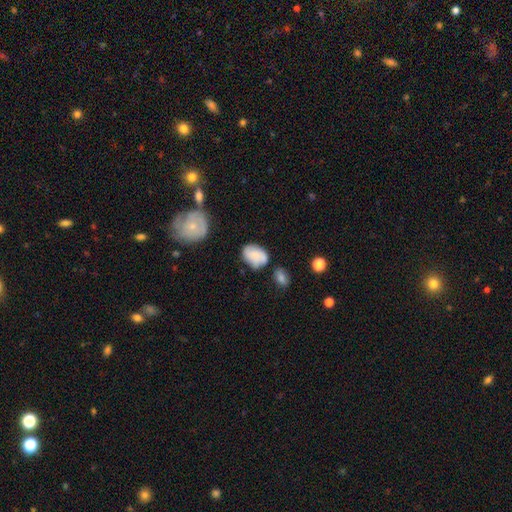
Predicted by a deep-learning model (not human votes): Overall: smooth (69%). How rounded: in between (82%). Merging: none (53%; minor disturbance 27%).